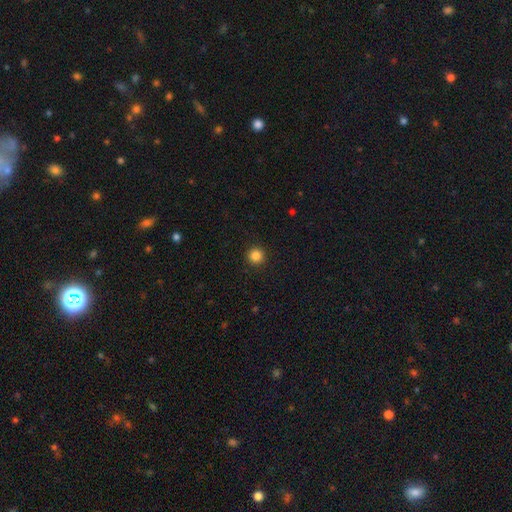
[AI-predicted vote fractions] Smooth or featured? smooth (85%)
How rounded? round (96%)
Merging? none (93%)